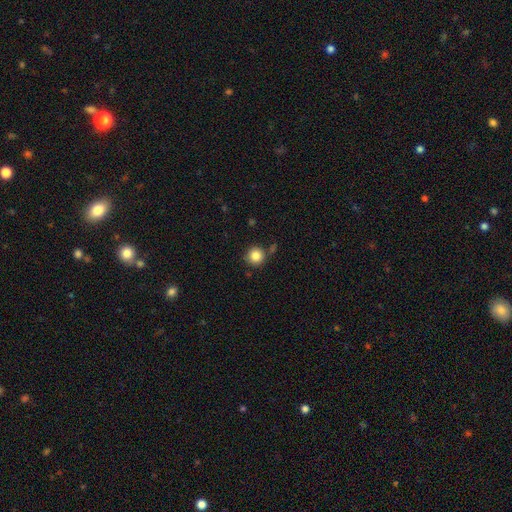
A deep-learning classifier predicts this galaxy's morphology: Q: Smooth or featured?
A: smooth (84%); runner-up: star or artifact (10%)
Q: How rounded?
A: round (95%); runner-up: in between (4%)
Q: Merging?
A: none (82%); runner-up: minor disturbance (9%)